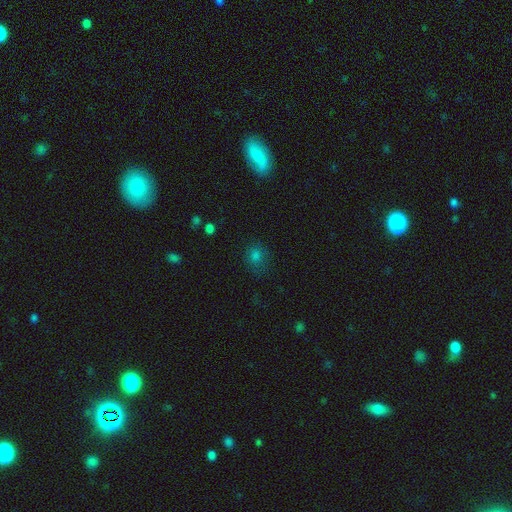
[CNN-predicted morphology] This is likely a smooth galaxy (68%). How rounded: likely round (67%). Merging: likely none (75%).